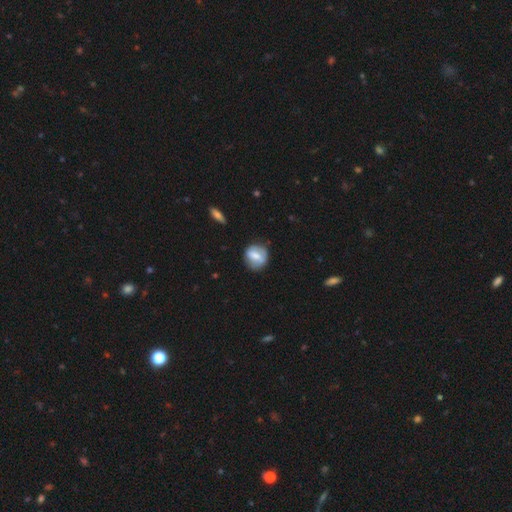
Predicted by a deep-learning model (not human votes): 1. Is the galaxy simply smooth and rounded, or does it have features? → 57% smooth, 35% featured or disk, 7% star or artifact.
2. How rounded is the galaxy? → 69% round, 29% in between, 2% cigar-shaped.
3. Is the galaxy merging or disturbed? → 74% none, 19% minor disturbance, 5% major disturbance, 2% merger.